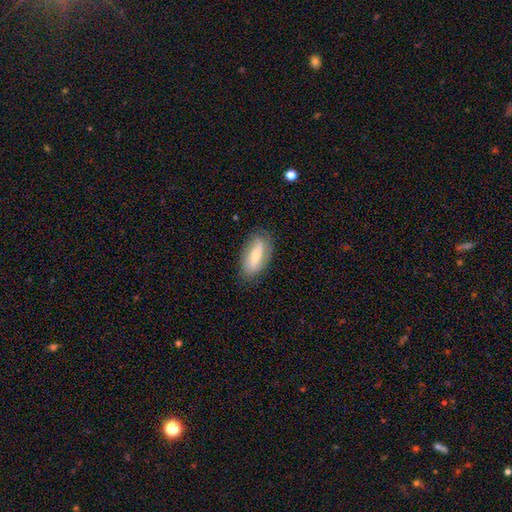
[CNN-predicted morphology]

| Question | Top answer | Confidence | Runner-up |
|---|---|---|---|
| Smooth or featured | smooth | 53% | featured or disk (41%) |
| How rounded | in between | 84% | cigar-shaped (12%) |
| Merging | none | 82% | minor disturbance (14%) |